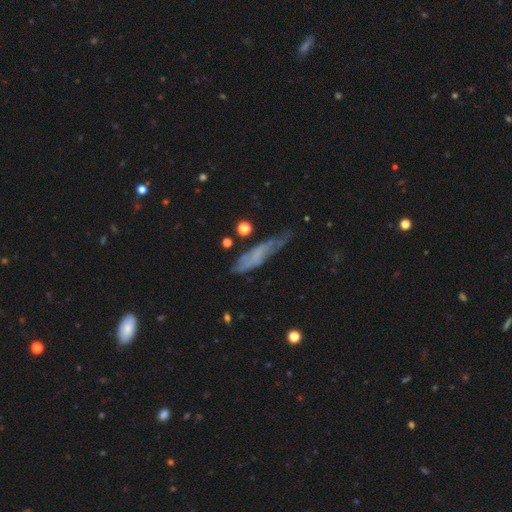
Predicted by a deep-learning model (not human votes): Smooth or featured?
  - smooth: 44% * (tied)
  - featured or disk: 44% * (tied)
  - star or artifact: 11%
Merging?
  - none: 40% *
  - minor disturbance: 32%
  - major disturbance: 23%
  - merger: 4%